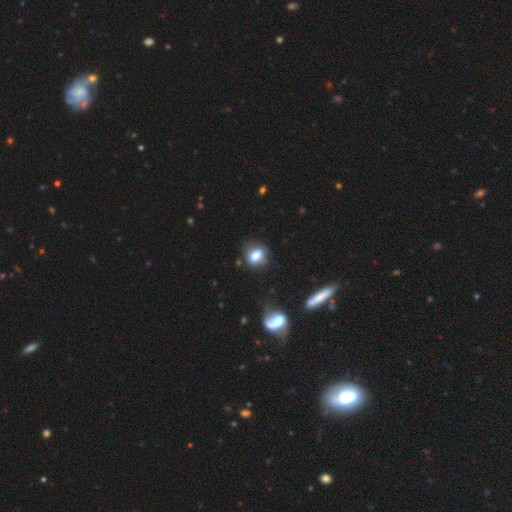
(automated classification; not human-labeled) Morphology: type=smooth (74%); roundness=in between (60%); merging=none (66%).